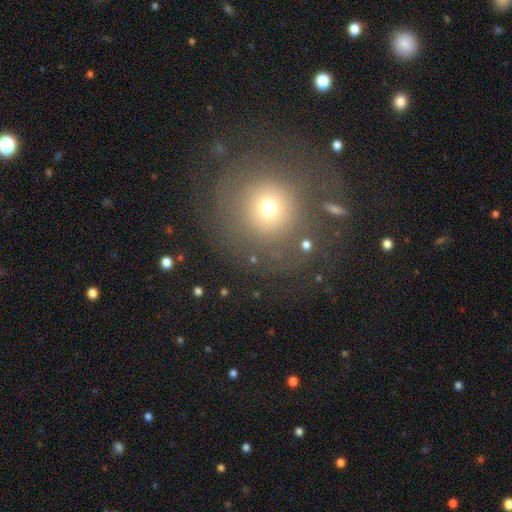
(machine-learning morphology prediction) A smooth galaxy with no disk features (55%) that is round (93%). Merging: none (83%).